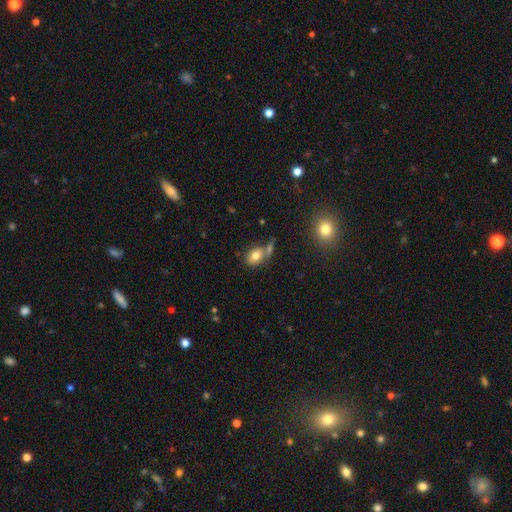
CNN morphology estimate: type=smooth (77%); roundness=in between (66%); merging=none (47%).